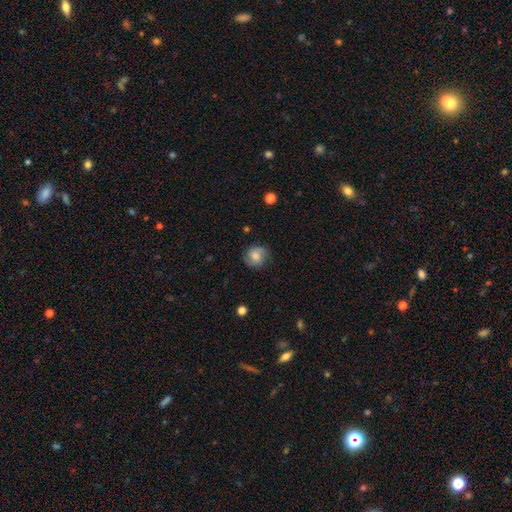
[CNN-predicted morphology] Smooth or featured?
  - smooth: 50% *
  - featured or disk: 41%
  - star or artifact: 9%
Merging?
  - none: 78% *
  - minor disturbance: 16%
  - major disturbance: 5%
  - merger: 1%